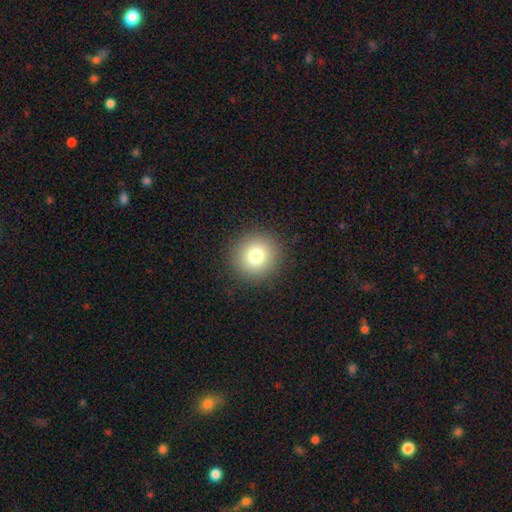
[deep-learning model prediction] Smooth or featured? smooth (77%)
How rounded? round (94%)
Merging? none (91%)